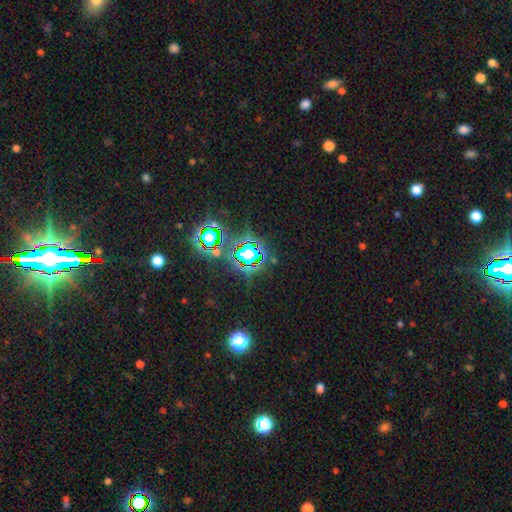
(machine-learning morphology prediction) The model was most divided on "smooth or featured": star or artifact: 77%, smooth: 15%, featured or disk: 8%.